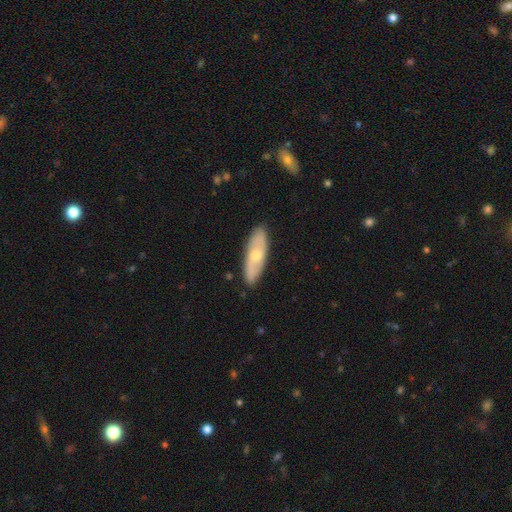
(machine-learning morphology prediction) Smooth or featured? smooth (50%)
Merging? none (87%)